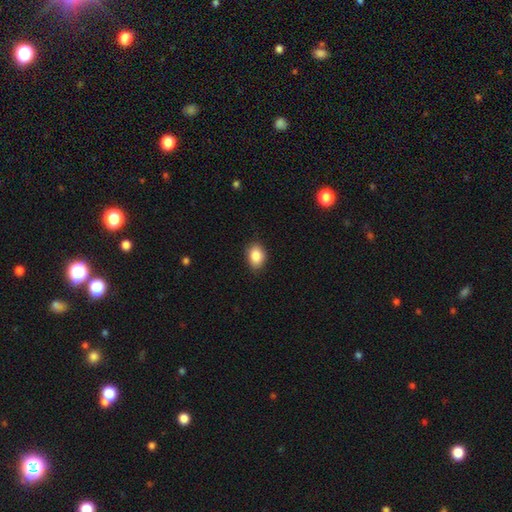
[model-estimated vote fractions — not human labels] Q: Smooth or featured?
A: smooth (87%); runner-up: star or artifact (8%)
Q: How rounded?
A: in between (75%); runner-up: round (24%)
Q: Merging?
A: none (84%); runner-up: minor disturbance (13%)